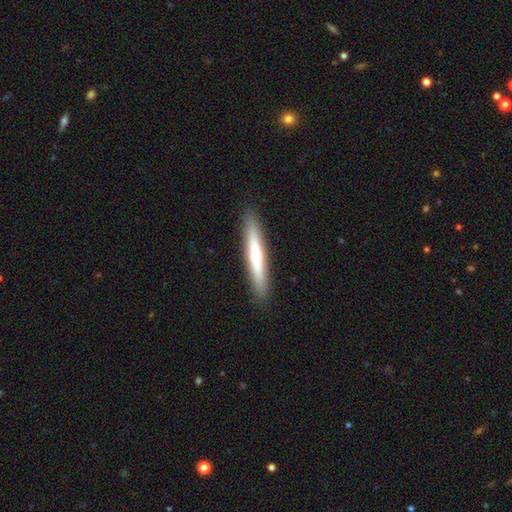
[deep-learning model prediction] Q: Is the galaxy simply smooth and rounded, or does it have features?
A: smooth — 54%.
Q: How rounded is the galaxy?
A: cigar-shaped — 93%.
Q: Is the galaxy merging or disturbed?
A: none — 91%.